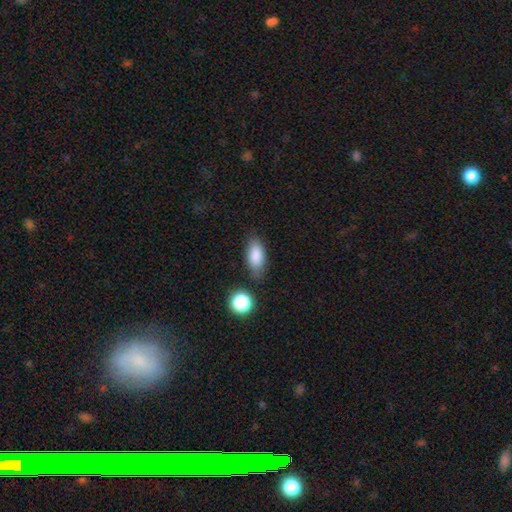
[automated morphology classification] This appears to be a smooth galaxy with no disk features (85%) that is in between round and cigar-shaped (86%). Merging: none (74%).